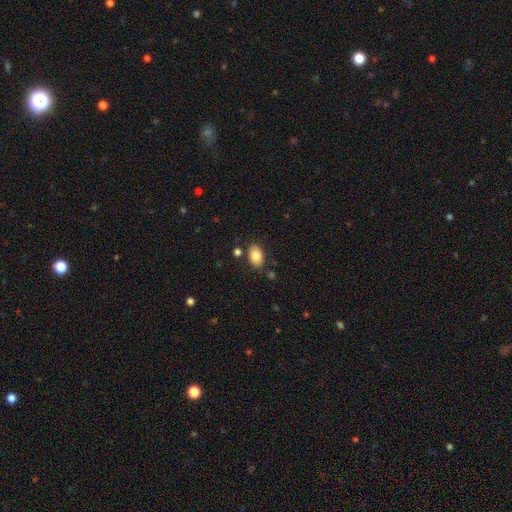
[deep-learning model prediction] Smooth or featured? Predicted: smooth (p=0.85). How rounded? Predicted: in between (p=0.87). Merging? Predicted: none (p=0.82).